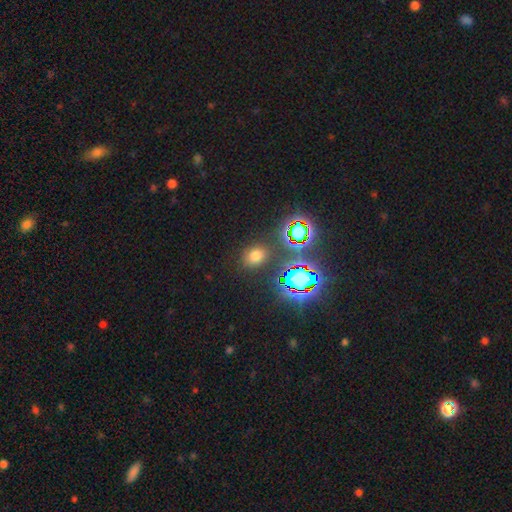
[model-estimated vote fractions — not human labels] This is likely a smooth galaxy (62%). How rounded: possibly in between (56%). Merging: clearly none (86%).